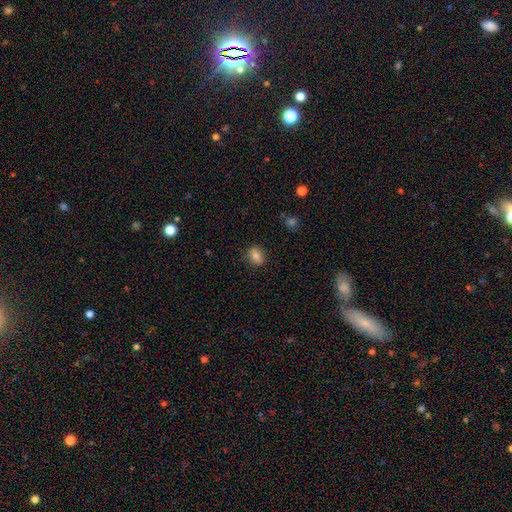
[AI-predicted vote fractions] smooth_or_featured: smooth (p=0.81) [alt: star or artifact p=0.10]
how_rounded: round (p=0.51) [alt: in between p=0.48]
merging: none (p=0.87) [alt: minor disturbance p=0.10]